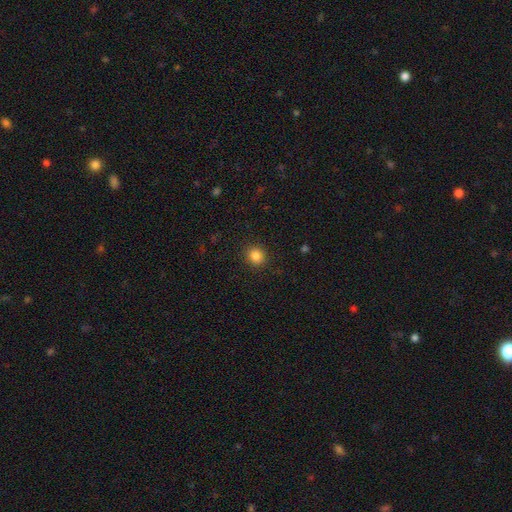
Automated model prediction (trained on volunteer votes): smooth_or_featured: smooth (p=0.84) [alt: star or artifact p=0.11]
how_rounded: round (p=0.84) [alt: in between p=0.15]
merging: none (p=0.90) [alt: minor disturbance p=0.06]